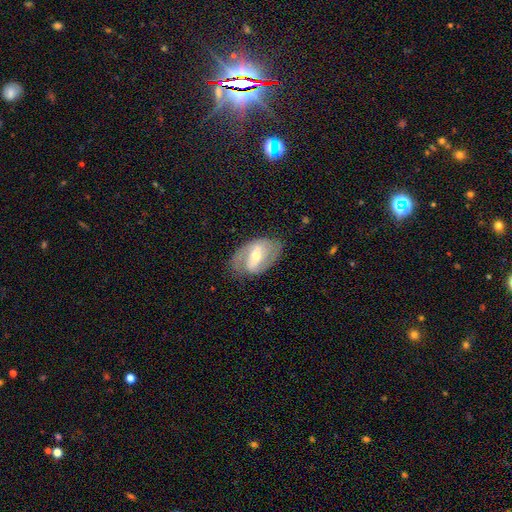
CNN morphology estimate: smooth_or_featured: featured or disk (p=0.78) [alt: smooth p=0.16]
disk_edge_on: no (p=0.95) [alt: yes p=0.05]
bar: strong (p=0.49) [alt: weak p=0.37]
has_spiral_arms: yes (p=0.85) [alt: no p=0.15]
spiral_winding: medium (p=0.47) [alt: tight p=0.33]
spiral_arm_count: 2 (p=0.83) [alt: can't tell p=0.09]
bulge_size: moderate (p=0.57) [alt: small p=0.37]
merging: none (p=0.76) [alt: minor disturbance p=0.16]